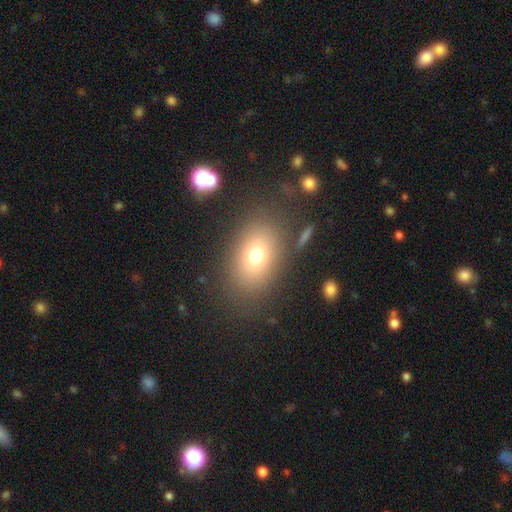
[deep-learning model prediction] A smooth galaxy with no disk features (72%) that is in between round and cigar-shaped (76%).

Vote fractions:
- Smooth or featured? smooth: 72% / featured or disk: 15% / star or artifact: 14%
- How rounded? in between: 76% / round: 23% / cigar-shaped: 2%
- Merging? none: 81% / minor disturbance: 10% / major disturbance: 6% / merger: 3%